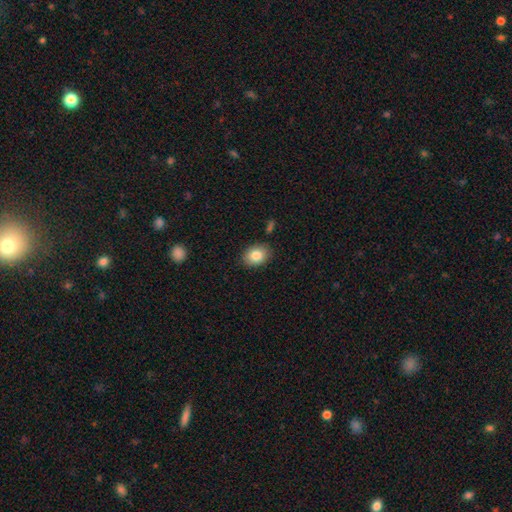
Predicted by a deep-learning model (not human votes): This is clearly a smooth galaxy (84%). How rounded: likely in between (64%). Merging: clearly none (85%).